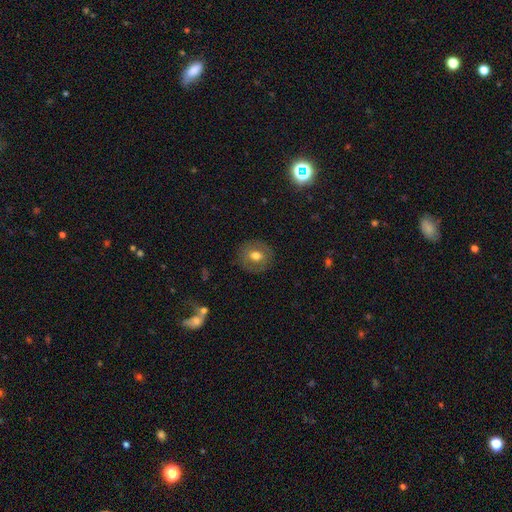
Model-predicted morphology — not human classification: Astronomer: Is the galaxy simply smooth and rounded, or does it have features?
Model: smooth — 63%.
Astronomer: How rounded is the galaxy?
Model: round — 86%.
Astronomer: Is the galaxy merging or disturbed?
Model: none — 87%.